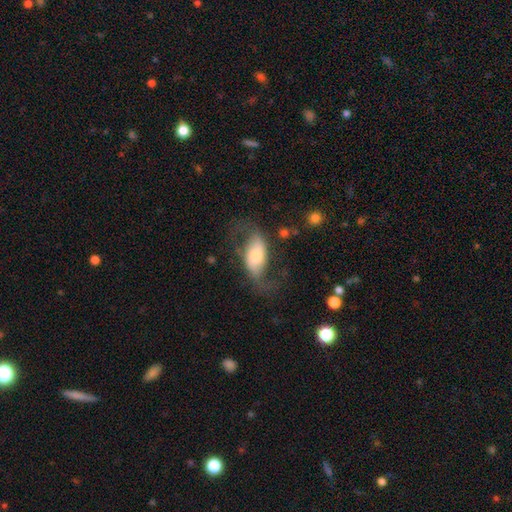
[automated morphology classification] featured or disk 65%, smooth 29%, star or artifact 7%. Down the decision tree: edge-on disk — no (92%); bar — no (45%); spiral arms — yes (84%); spiral arm count — 2 (89%); spiral winding — loose (72%); bulge size — moderate (60%); merging — none (57%).